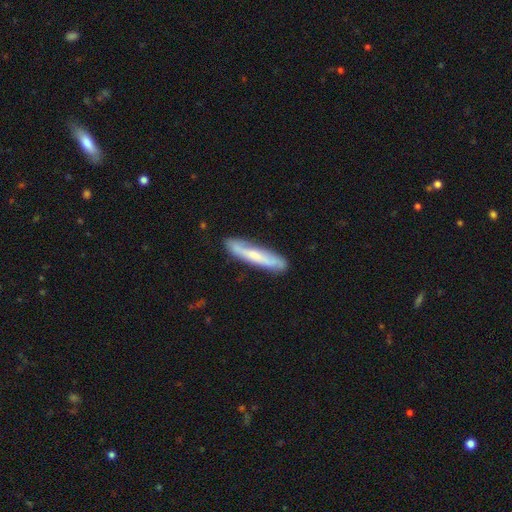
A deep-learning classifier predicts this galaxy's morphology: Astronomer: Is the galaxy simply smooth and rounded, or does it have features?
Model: smooth — 52% (runner-up: featured or disk, 42%).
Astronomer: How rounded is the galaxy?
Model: cigar-shaped — 89%.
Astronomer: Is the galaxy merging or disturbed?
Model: none — 82%.